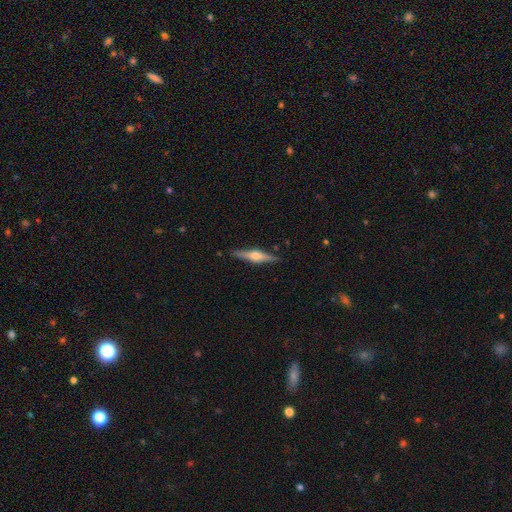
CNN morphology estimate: Smooth or featured? featured or disk (71%)
Edge-on disk? yes (97%)
Edge-on bulge? rounded (92%)
Merging? none (89%)